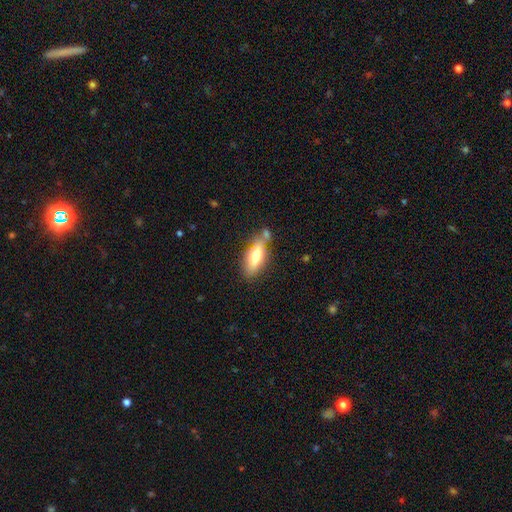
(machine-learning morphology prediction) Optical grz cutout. It shows a smooth galaxy with no disk features (68%) that is in between round and cigar-shaped (71%). Merging: none (60%).